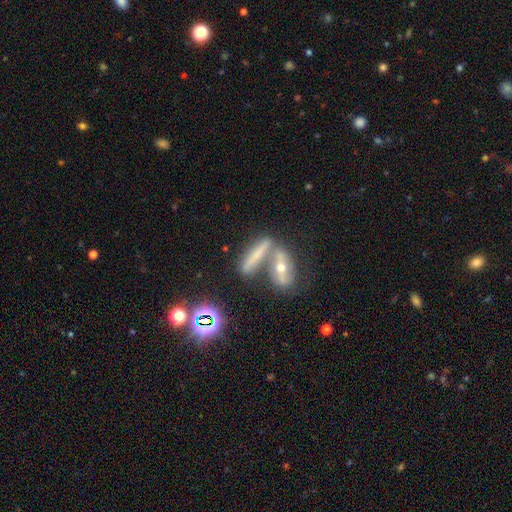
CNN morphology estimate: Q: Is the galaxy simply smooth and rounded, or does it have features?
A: smooth — 43%.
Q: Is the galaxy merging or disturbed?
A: merger — 43%.